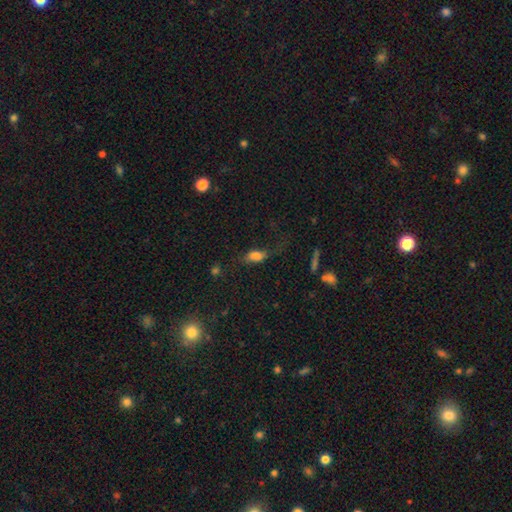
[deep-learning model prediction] Morphology: type=smooth (74%); roundness=in between (80%); merging=none (45%).